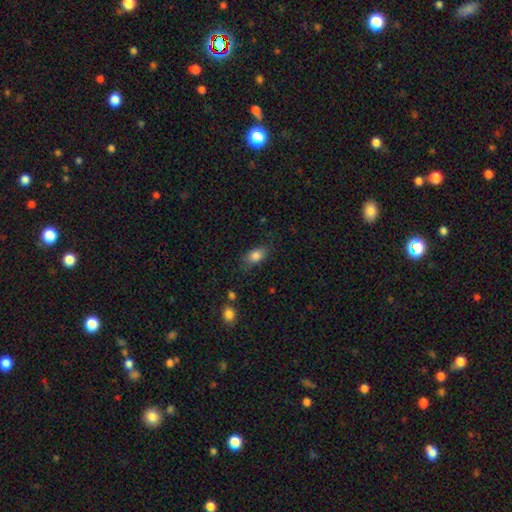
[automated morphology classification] This is clearly a smooth galaxy (84%). How rounded: clearly in between (84%). Merging: likely none (75%).